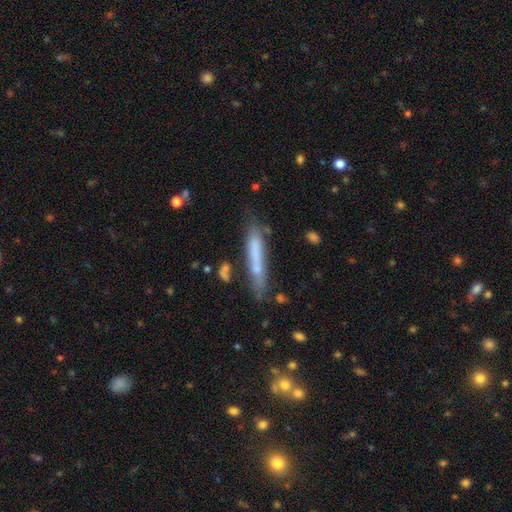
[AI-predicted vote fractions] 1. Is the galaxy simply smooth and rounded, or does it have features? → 58% smooth, 34% featured or disk, 8% star or artifact.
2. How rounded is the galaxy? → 91% cigar-shaped, 7% in between, 2% round.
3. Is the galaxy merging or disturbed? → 65% none, 22% minor disturbance, 7% major disturbance, 7% merger.